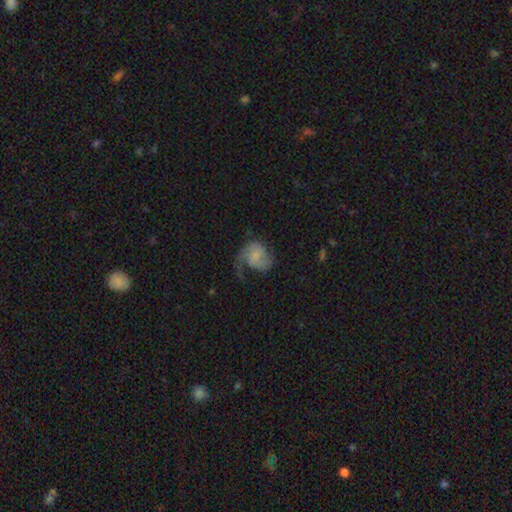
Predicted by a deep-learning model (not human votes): Morphology: type=featured or disk (67%); edge-on=no (98%); bar=no (67%); spiral arms=yes (91%); winding=medium (41%); arm count=2 (48%); bulge=none (40%); merging=none (40%).